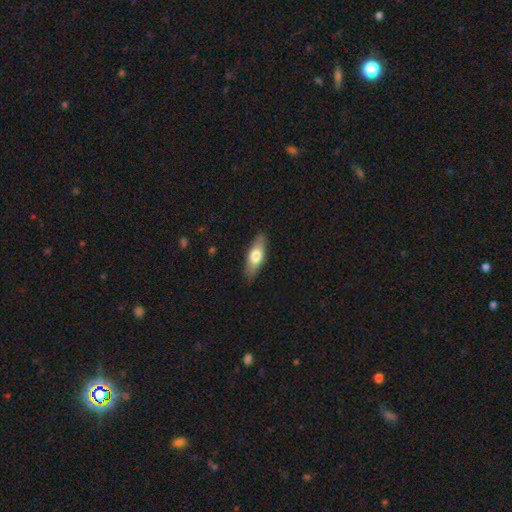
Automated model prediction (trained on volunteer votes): Overall: smooth (65%; featured or disk 30%). How rounded: in between (61%; cigar-shaped 36%). Merging: none (87%).